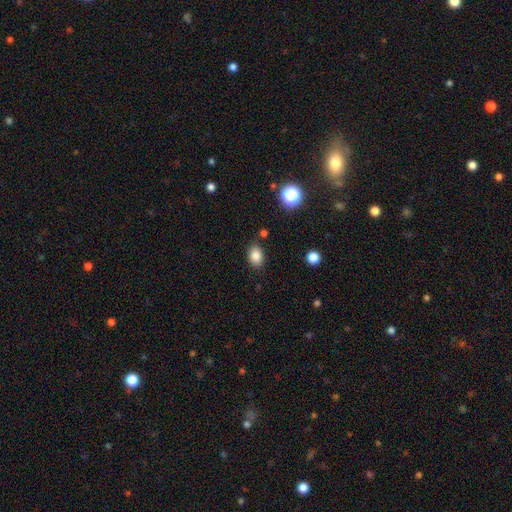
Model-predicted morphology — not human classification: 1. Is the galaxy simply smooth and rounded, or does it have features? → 84% smooth, 10% star or artifact, 6% featured or disk.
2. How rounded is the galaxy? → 76% in between, 23% round, 1% cigar-shaped.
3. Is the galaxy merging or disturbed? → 83% none, 11% minor disturbance, 3% merger, 3% major disturbance.